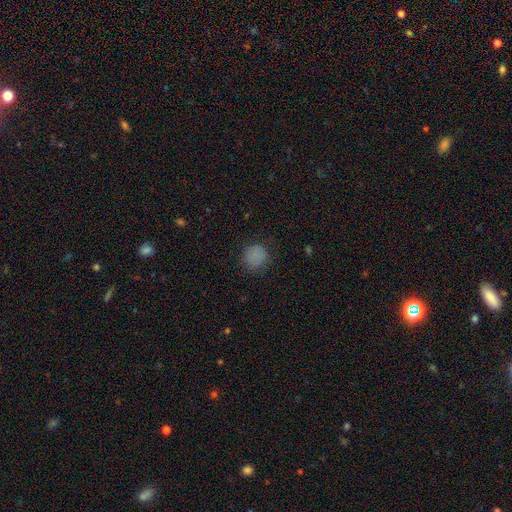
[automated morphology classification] smooth 82%, star or artifact 13%, featured or disk 5%. Down the decision tree: how rounded — round (87%); merging — none (83%).